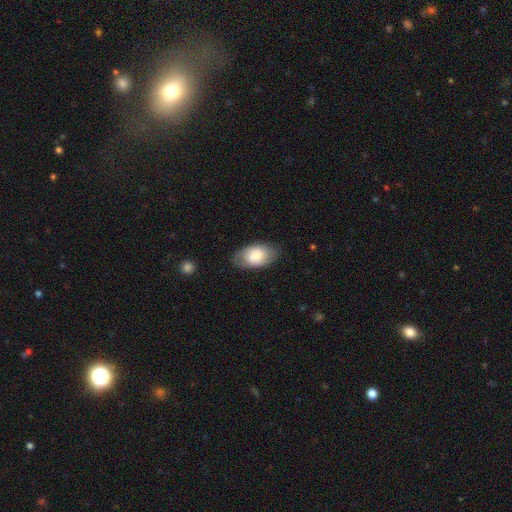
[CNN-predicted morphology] Smooth or featured: smooth — 73% (featured or disk — 21%)
How rounded: in between — 93% (round — 6%)
Merging: none — 78% (minor disturbance — 16%)